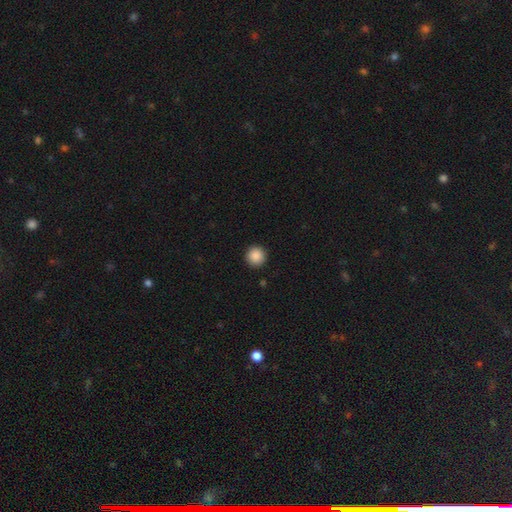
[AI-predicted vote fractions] smooth-or-featured: smooth: 89% | star or artifact: 9% | featured or disk: 3%
  how-rounded: round: 96% | in between: 3% | cigar-shaped: 1%
  merging: none: 93% | minor disturbance: 4% | major disturbance: 2% | merger: 1%